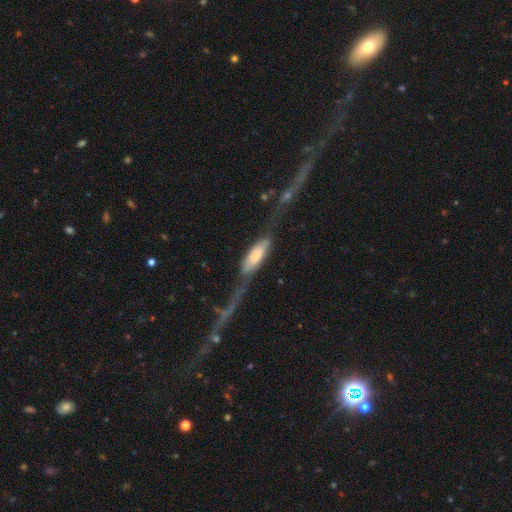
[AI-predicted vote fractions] This appears to be a smooth galaxy with no disk features (56%) that is in between round and cigar-shaped (65%). Merging: major disturbance (44%).